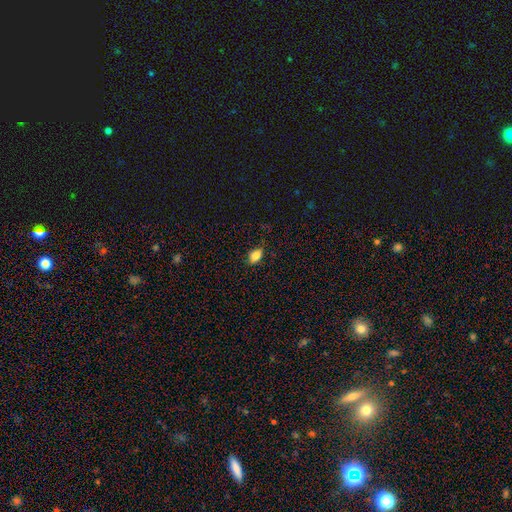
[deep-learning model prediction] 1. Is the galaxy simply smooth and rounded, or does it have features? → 82% smooth, 9% star or artifact, 8% featured or disk.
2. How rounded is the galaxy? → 86% in between, 9% round, 5% cigar-shaped.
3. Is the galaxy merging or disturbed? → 79% none, 17% minor disturbance, 3% major disturbance, 1% merger.